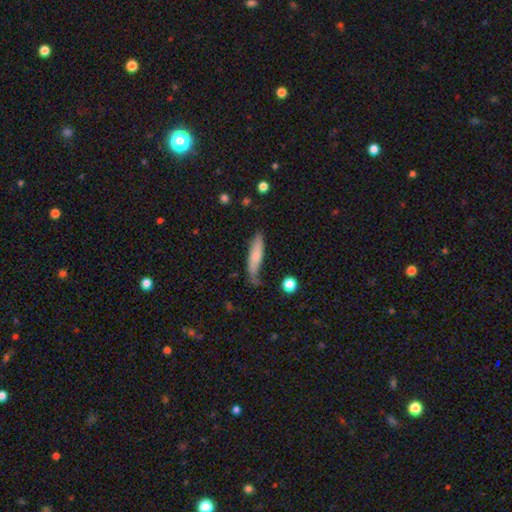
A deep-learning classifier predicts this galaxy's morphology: smooth 68%, featured or disk 26%, star or artifact 6%. Down the decision tree: how rounded — cigar-shaped (76%); merging — none (59%).